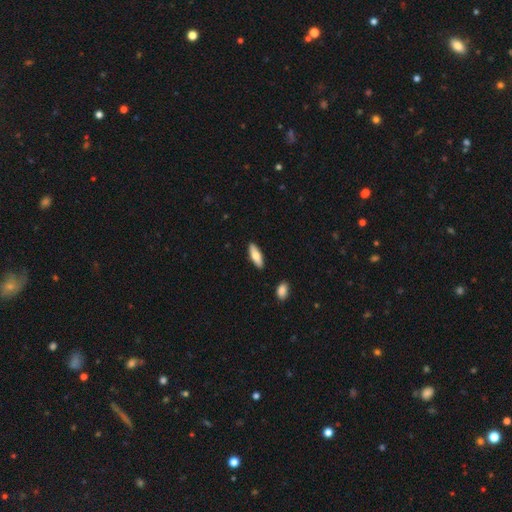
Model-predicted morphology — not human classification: smooth_or_featured: smooth (p=0.72) [alt: featured or disk p=0.23]
how_rounded: in between (p=0.57) [alt: cigar-shaped p=0.41]
merging: none (p=0.89) [alt: minor disturbance p=0.07]